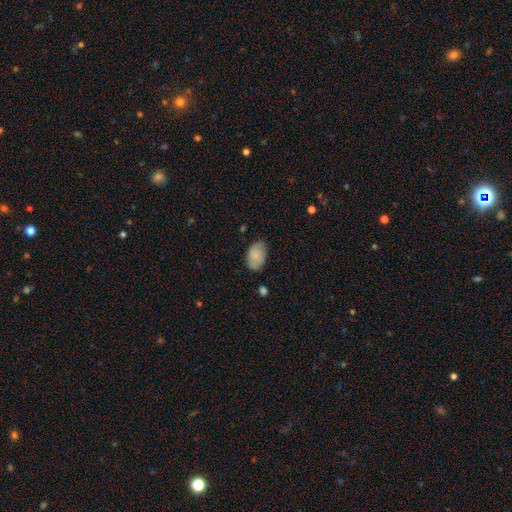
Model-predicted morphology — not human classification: Smooth or featured?
  - smooth: 83% *
  - featured or disk: 10%
  - star or artifact: 7%
How rounded?
  - in between: 91% *
  - round: 7%
  - cigar-shaped: 1%
Merging?
  - none: 75% *
  - minor disturbance: 19%
  - major disturbance: 4%
  - merger: 2%